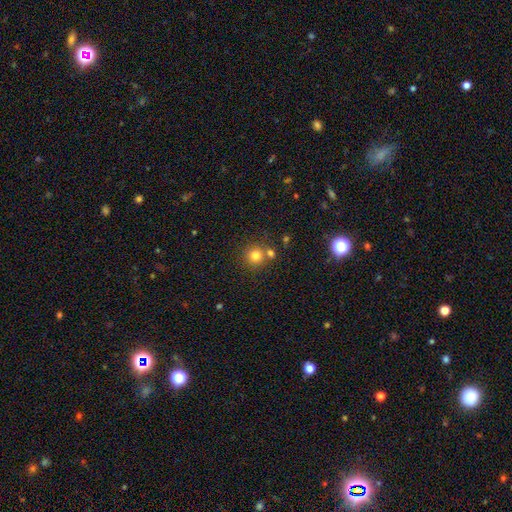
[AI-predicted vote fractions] This is likely a smooth galaxy (79%). How rounded: clearly round (92%). Merging: likely none (69%).